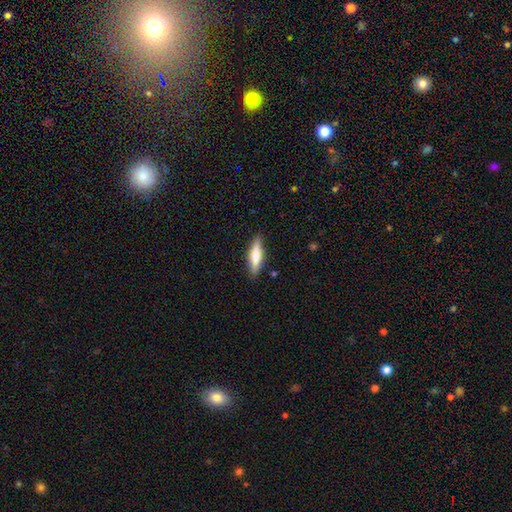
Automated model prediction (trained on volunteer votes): Q: Smooth or featured?
A: smooth (66%); runner-up: featured or disk (28%)
Q: How rounded?
A: cigar-shaped (67%); runner-up: in between (31%)
Q: Merging?
A: none (87%); runner-up: minor disturbance (9%)